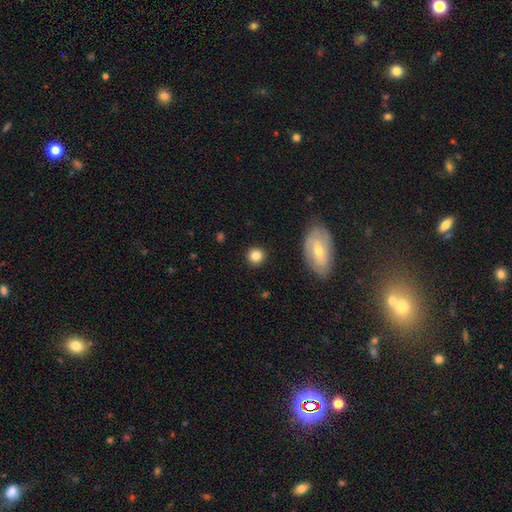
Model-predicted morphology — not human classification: smooth 83%, star or artifact 9%, featured or disk 7%. Down the decision tree: how rounded — round (90%); merging — none (89%).